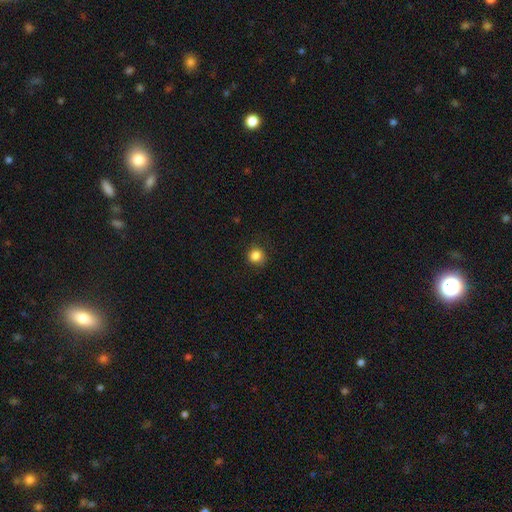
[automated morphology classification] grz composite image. It shows a smooth galaxy with no disk features (85%) that is round (89%). Merging: none (85%).